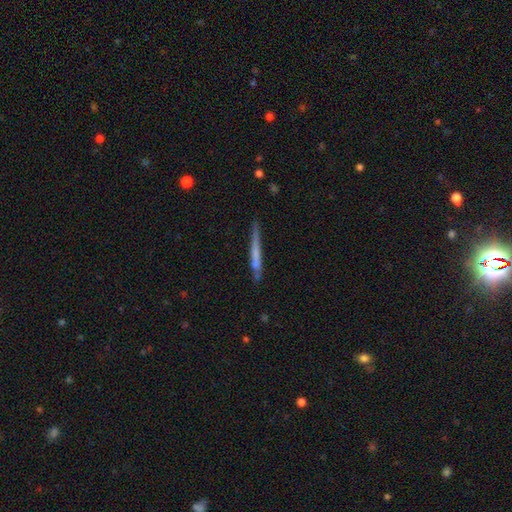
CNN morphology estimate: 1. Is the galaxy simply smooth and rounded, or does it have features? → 49% smooth, 44% featured or disk, 6% star or artifact.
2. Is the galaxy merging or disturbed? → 76% none, 17% minor disturbance, 4% major disturbance, 3% merger.